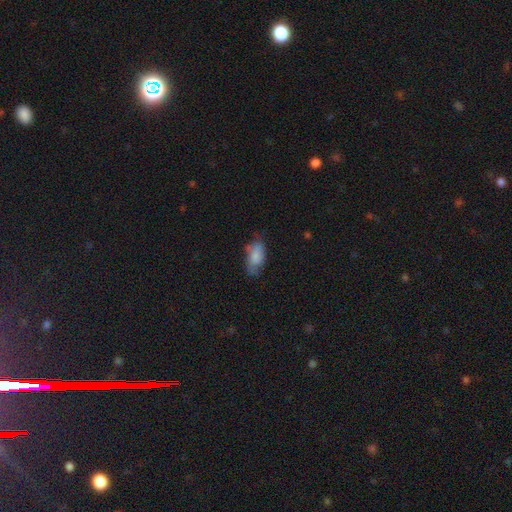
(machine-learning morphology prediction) This appears to be a smooth galaxy with no disk features (79%) that is in between round and cigar-shaped (90%). Merging: none (54%).